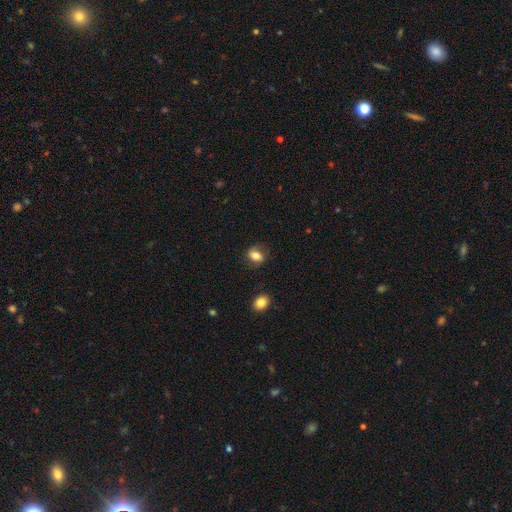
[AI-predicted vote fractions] This is likely a smooth galaxy (69%). How rounded: likely in between (71%). Merging: likely none (73%).